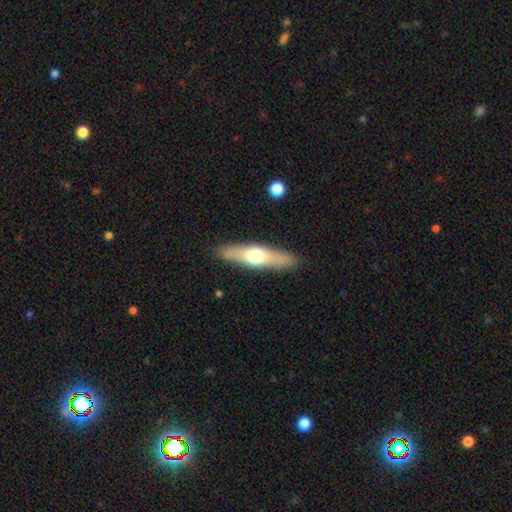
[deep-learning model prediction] Smooth or featured: smooth — 49% (featured or disk — 46%)
Merging: none — 88% (minor disturbance — 9%)